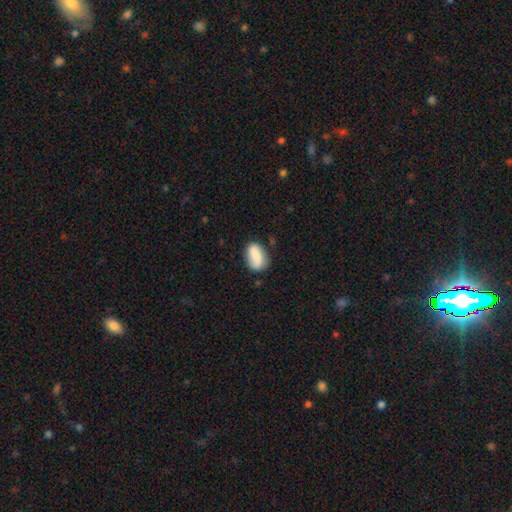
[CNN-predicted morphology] Smooth or featured? smooth (75%)
How rounded? in between (87%)
Merging? none (66%)